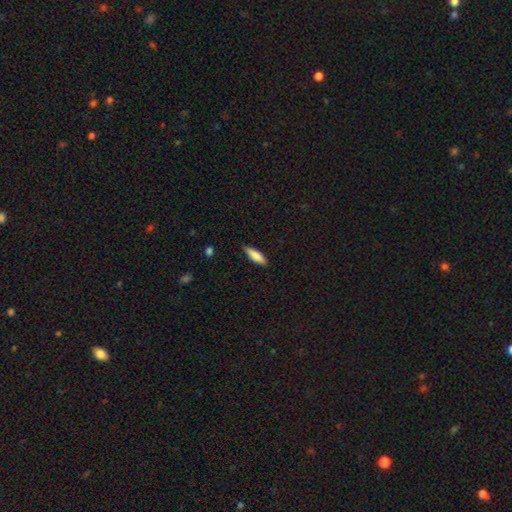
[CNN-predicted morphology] smooth_or_featured: smooth (p=0.85) [alt: featured or disk p=0.09]
how_rounded: cigar-shaped (p=0.51) [alt: in between p=0.47]
merging: none (p=0.82) [alt: minor disturbance p=0.15]